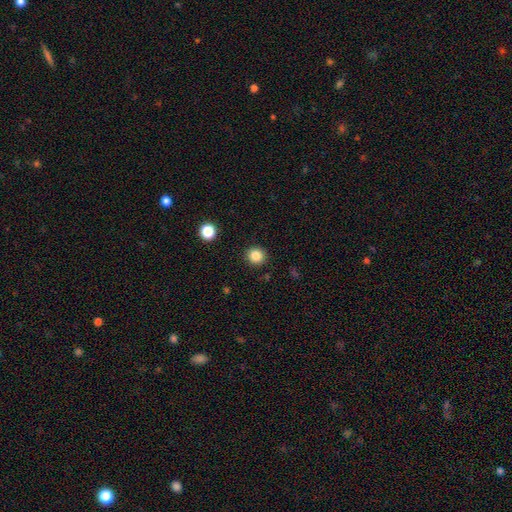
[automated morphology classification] Smooth or featured?
  - smooth: 85% *
  - star or artifact: 11%
  - featured or disk: 4%
How rounded?
  - round: 92% *
  - in between: 7%
  - cigar-shaped: 1%
Merging?
  - none: 91% *
  - minor disturbance: 5%
  - major disturbance: 2%
  - merger: 1%